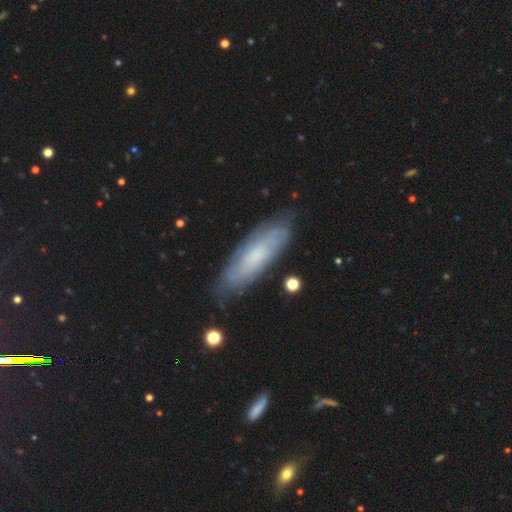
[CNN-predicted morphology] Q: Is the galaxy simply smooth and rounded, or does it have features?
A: smooth — 46%, tied with featured or disk.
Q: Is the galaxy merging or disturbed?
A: none — 78%.